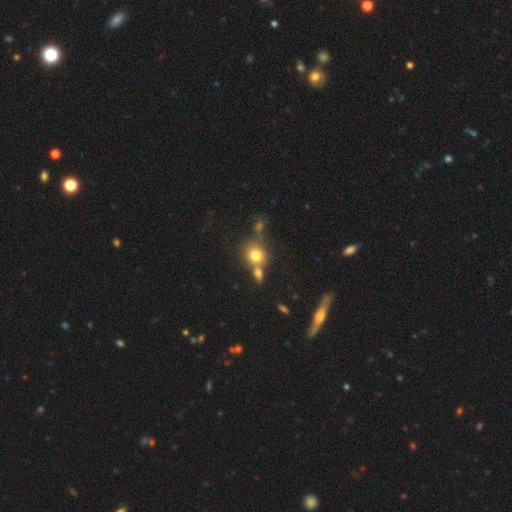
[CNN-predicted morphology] Smooth or featured? Predicted: smooth (p=0.76). How rounded? Predicted: round (p=0.79). Merging? Predicted: none (p=0.48).